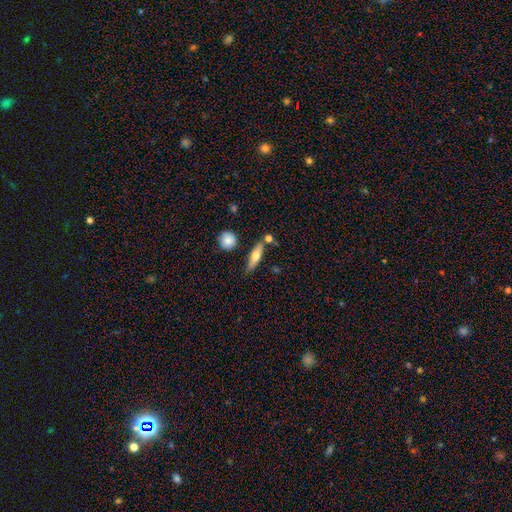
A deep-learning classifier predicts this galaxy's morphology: Smooth or featured? smooth (55%)
How rounded? cigar-shaped (67%)
Merging? none (71%)